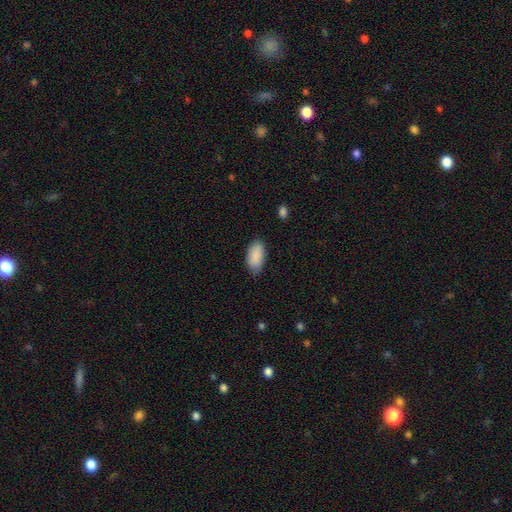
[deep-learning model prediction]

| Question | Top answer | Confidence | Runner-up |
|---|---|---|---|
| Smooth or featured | smooth | 90% | star or artifact (6%) |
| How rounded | in between | 93% | cigar-shaped (5%) |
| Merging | none | 79% | minor disturbance (17%) |